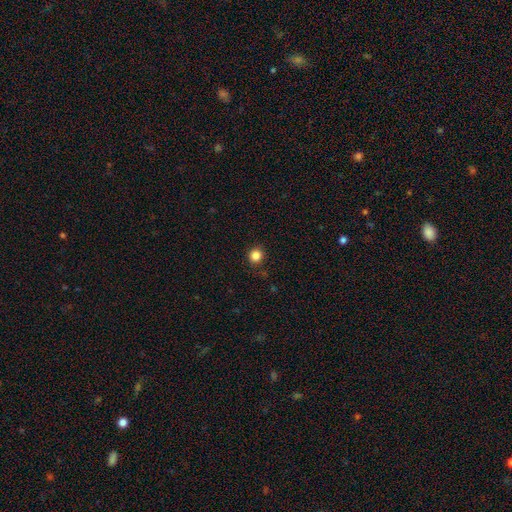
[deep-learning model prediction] A smooth galaxy with no disk features (84%) that is round (91%). Merging: none (90%).